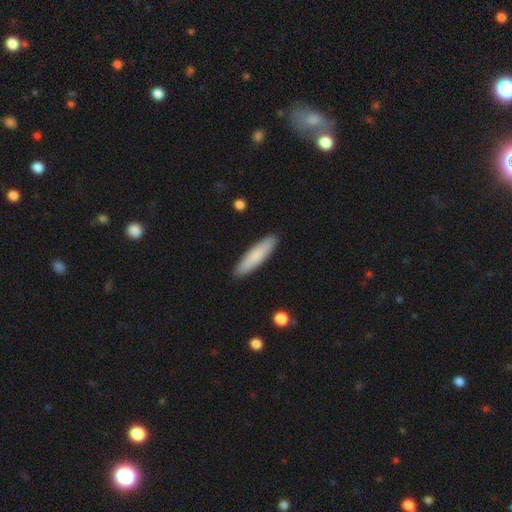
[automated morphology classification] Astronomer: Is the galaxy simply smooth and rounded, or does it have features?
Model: smooth — 82%.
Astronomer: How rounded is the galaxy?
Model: cigar-shaped — 80%.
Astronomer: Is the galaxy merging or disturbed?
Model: none — 91%.